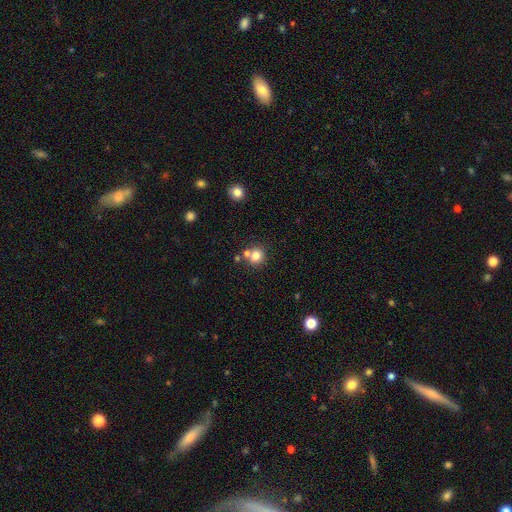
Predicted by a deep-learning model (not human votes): Smooth or featured?
  - smooth: 79% *
  - star or artifact: 12%
  - featured or disk: 9%
How rounded?
  - round: 81% *
  - in between: 18%
  - cigar-shaped: 1%
Merging?
  - none: 62% *
  - merger: 25%
  - minor disturbance: 10%
  - major disturbance: 4%